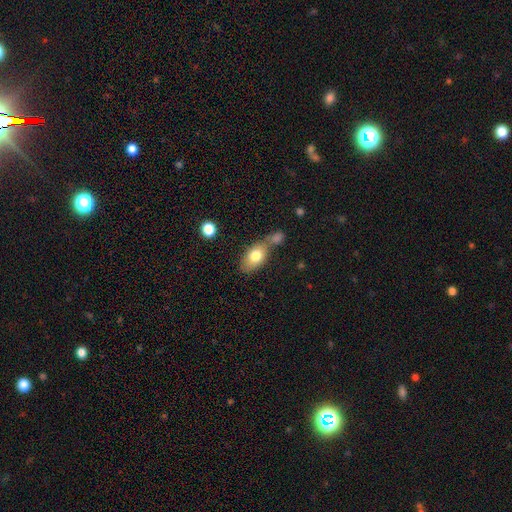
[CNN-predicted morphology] Overall: smooth (75%). How rounded: in between (86%). Merging: none (42%; merger 37%).